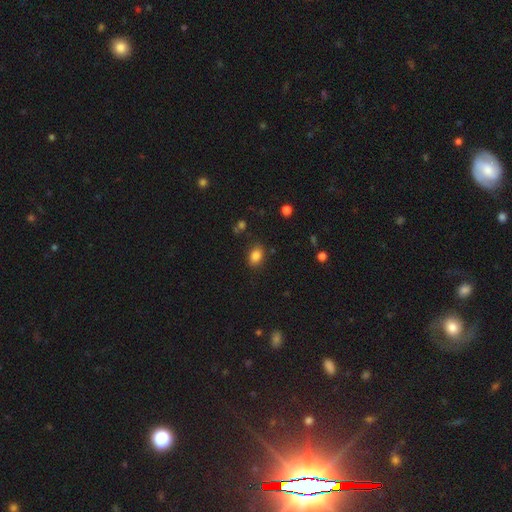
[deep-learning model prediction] Smooth or featured?
  - smooth: 85% *
  - star or artifact: 10%
  - featured or disk: 5%
How rounded?
  - in between: 73% *
  - round: 25%
  - cigar-shaped: 1%
Merging?
  - none: 83% *
  - minor disturbance: 11%
  - major disturbance: 3%
  - merger: 2%